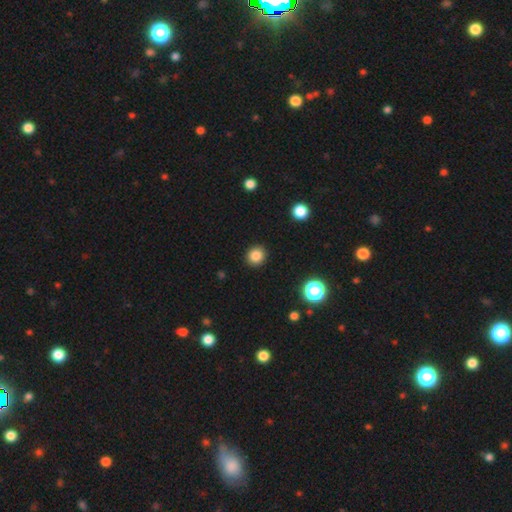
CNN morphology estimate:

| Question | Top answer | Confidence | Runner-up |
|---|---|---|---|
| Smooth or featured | smooth | 84% | star or artifact (11%) |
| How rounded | round | 90% | in between (9%) |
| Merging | none | 92% | minor disturbance (5%) |